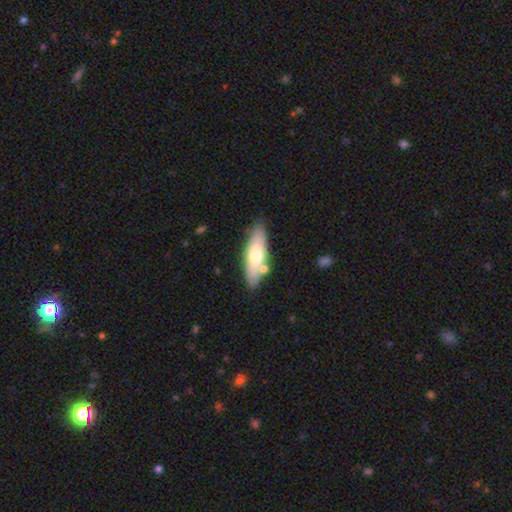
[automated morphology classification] Smooth or featured: smooth — 62% (featured or disk — 32%)
How rounded: in between — 56% (cigar-shaped — 42%)
Merging: none — 77% (minor disturbance — 12%)